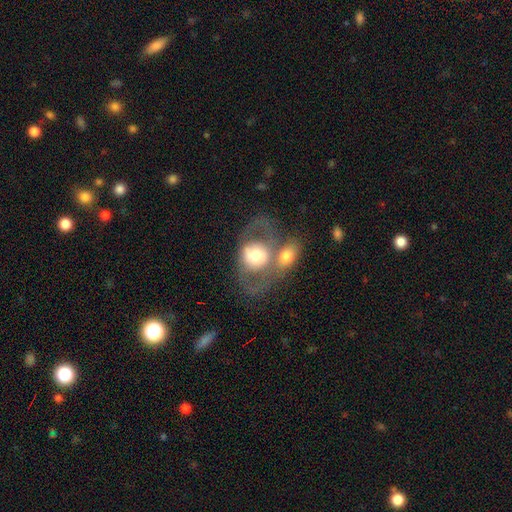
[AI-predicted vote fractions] A smooth galaxy with no disk features (51%) that is in between round and cigar-shaped (56%). Merging: merger (48%).